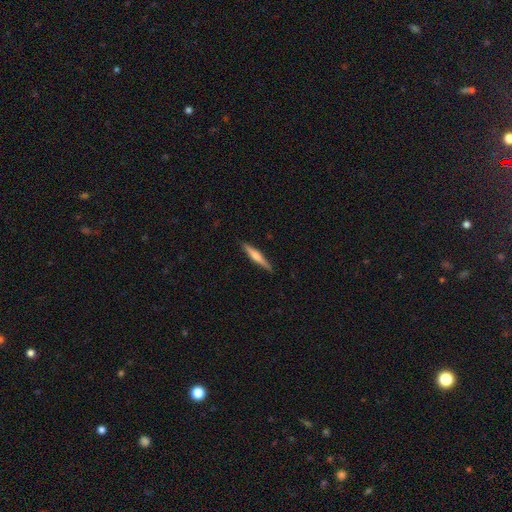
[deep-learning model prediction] featured or disk 52%, smooth 43%, star or artifact 5%. Down the decision tree: edge-on disk — yes (97%); merging — none (90%).